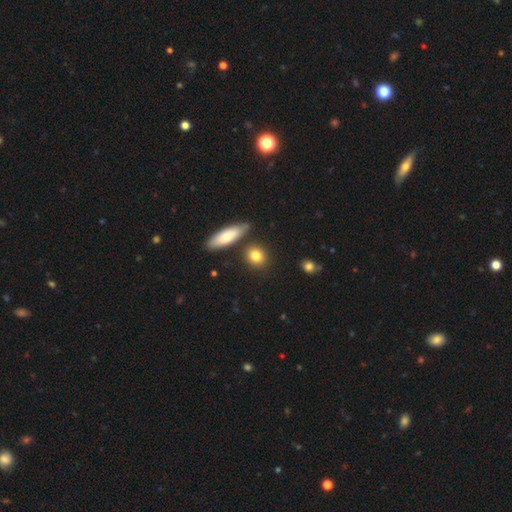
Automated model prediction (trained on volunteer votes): smooth-or-featured: smooth: 82% | featured or disk: 9% | star or artifact: 8%
  how-rounded: round: 64% | in between: 30% | cigar-shaped: 6%
  merging: none: 80% | minor disturbance: 9% | merger: 8% | major disturbance: 3%